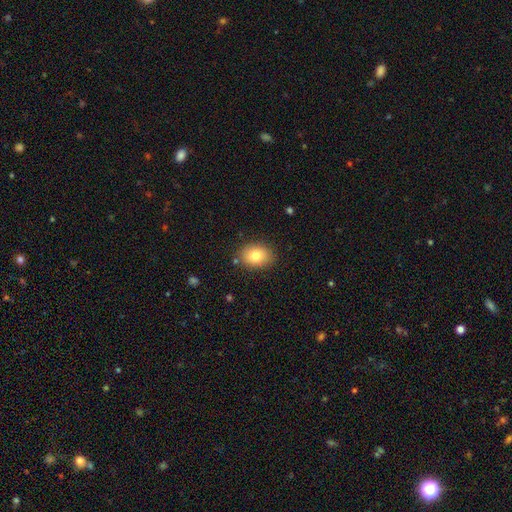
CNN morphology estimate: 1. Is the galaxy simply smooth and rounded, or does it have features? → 80% smooth, 11% featured or disk, 9% star or artifact.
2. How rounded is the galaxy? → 67% in between, 32% round, 1% cigar-shaped.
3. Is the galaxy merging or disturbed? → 84% none, 11% minor disturbance, 3% major disturbance, 2% merger.